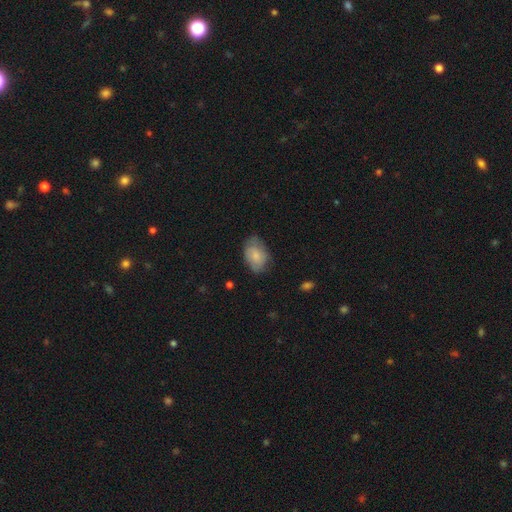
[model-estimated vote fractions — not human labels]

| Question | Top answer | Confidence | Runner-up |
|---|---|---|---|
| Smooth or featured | smooth | 76% | featured or disk (17%) |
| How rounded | in between | 87% | round (11%) |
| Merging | none | 63% | minor disturbance (29%) |